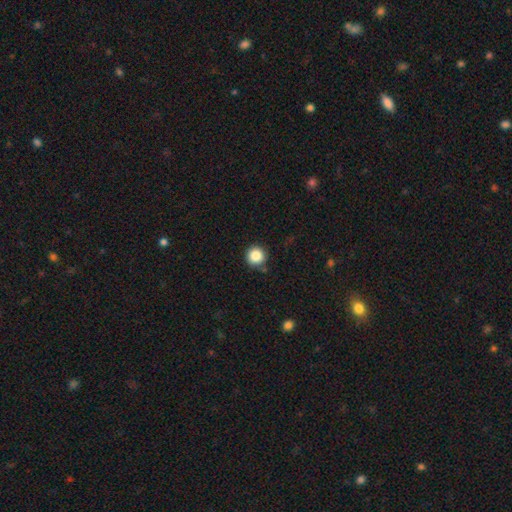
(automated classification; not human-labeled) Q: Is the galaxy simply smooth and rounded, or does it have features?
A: smooth — 86%.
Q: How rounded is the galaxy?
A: round — 95%.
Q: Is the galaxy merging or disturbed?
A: none — 85%.